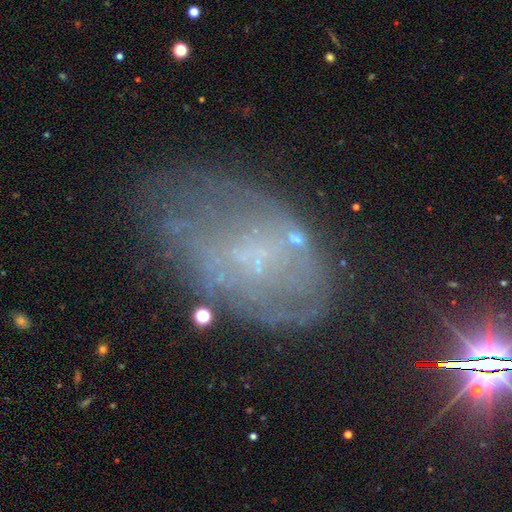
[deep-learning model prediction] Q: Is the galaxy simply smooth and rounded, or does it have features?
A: featured or disk — 58%.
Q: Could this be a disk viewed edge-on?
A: no — 95%.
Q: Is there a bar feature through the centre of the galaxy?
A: no — 71%.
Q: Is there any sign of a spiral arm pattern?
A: no — 50%, tied with yes.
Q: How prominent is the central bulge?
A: none — 49%.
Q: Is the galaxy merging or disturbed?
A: none — 57%.